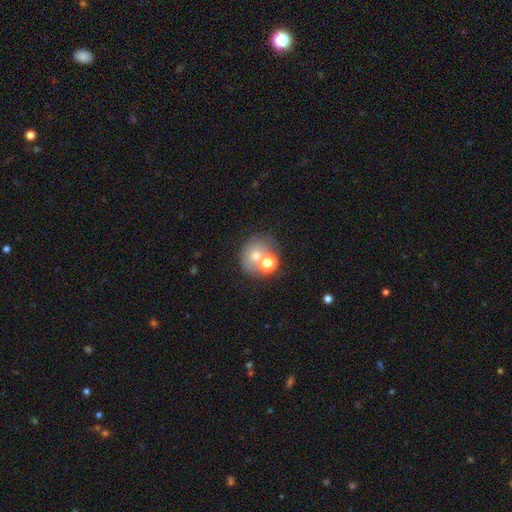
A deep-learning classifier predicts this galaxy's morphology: smooth_or_featured: smooth (p=0.63) [alt: featured or disk p=0.21]
how_rounded: round (p=0.72) [alt: in between p=0.27]
merging: none (p=0.43) [alt: merger p=0.37]